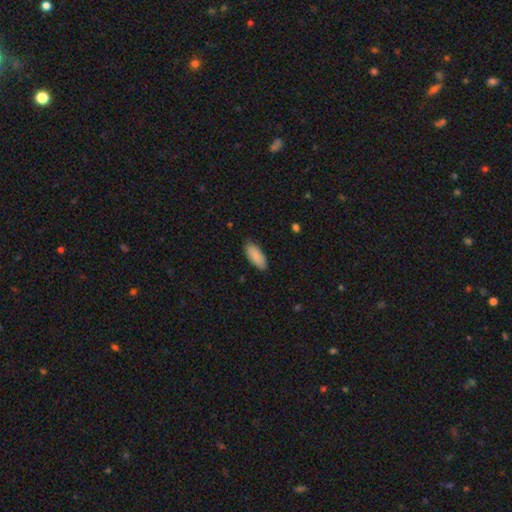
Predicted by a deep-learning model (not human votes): A smooth galaxy with no disk features (89%) that is in between round and cigar-shaped (85%).

Vote fractions:
- Smooth or featured? smooth: 89% / star or artifact: 6% / featured or disk: 5%
- How rounded? in between: 85% / cigar-shaped: 13% / round: 1%
- Merging? none: 85% / minor disturbance: 12% / major disturbance: 2% / merger: 1%